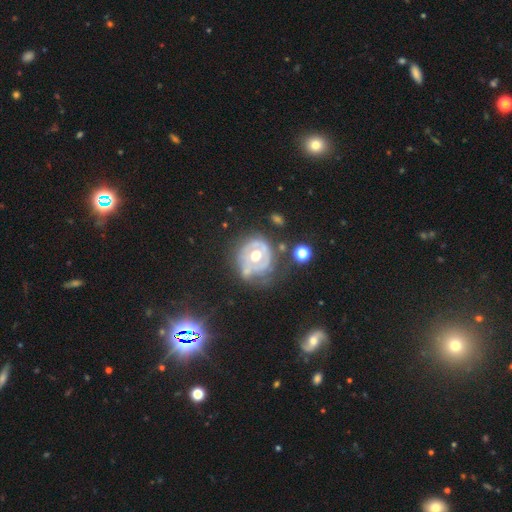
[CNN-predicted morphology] type=featured or disk (71%); edge-on=no (97%); bar=no (80%); spiral arms=yes (51%); bulge=moderate (77%); merging=none (52%).